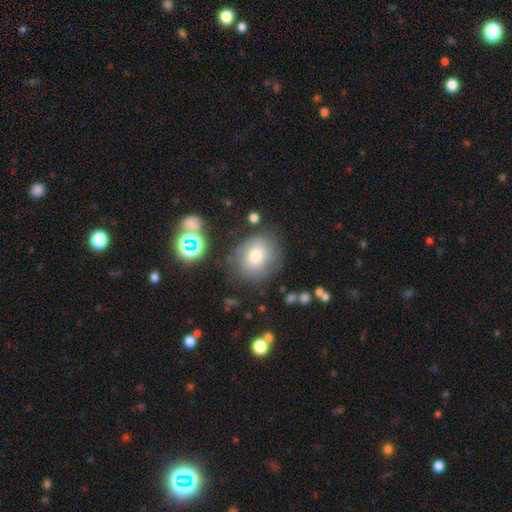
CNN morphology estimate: smooth_or_featured: smooth (p=0.63) [alt: featured or disk p=0.24]
how_rounded: round (p=0.72) [alt: in between p=0.27]
merging: none (p=0.71) [alt: minor disturbance p=0.17]